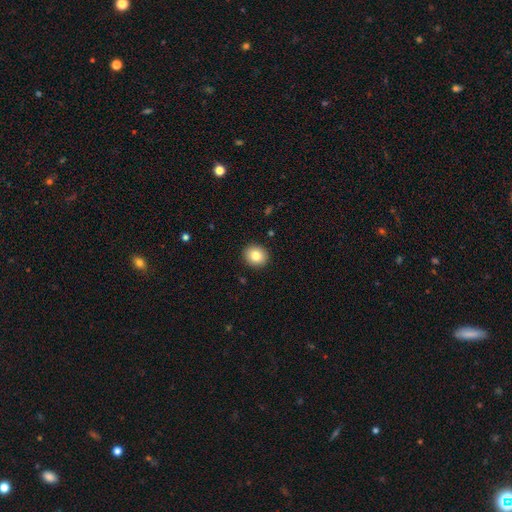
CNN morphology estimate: Smooth or featured? Predicted: smooth (p=0.84). How rounded? Predicted: round (p=0.78). Merging? Predicted: none (p=0.91).